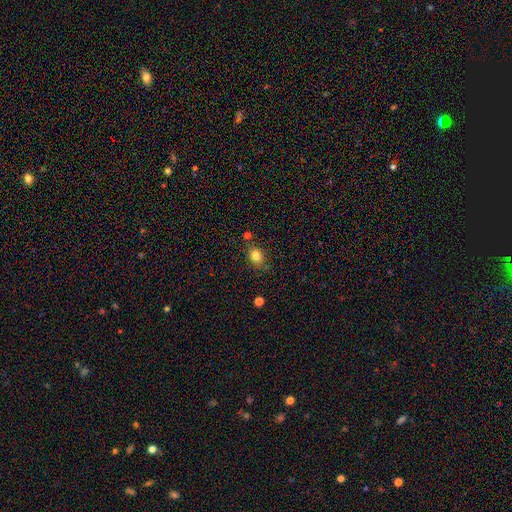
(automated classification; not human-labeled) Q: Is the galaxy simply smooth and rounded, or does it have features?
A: smooth — 82%.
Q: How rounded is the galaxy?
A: in between — 52%.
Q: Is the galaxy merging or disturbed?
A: none — 75%.